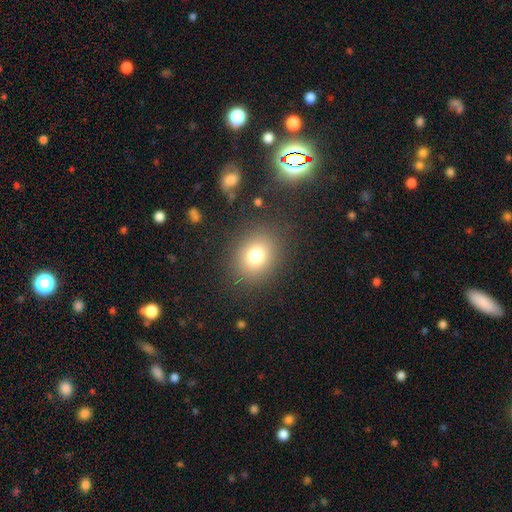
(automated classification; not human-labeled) smooth 76%, star or artifact 14%, featured or disk 10%. Down the decision tree: how rounded — round (65%); merging — none (85%).